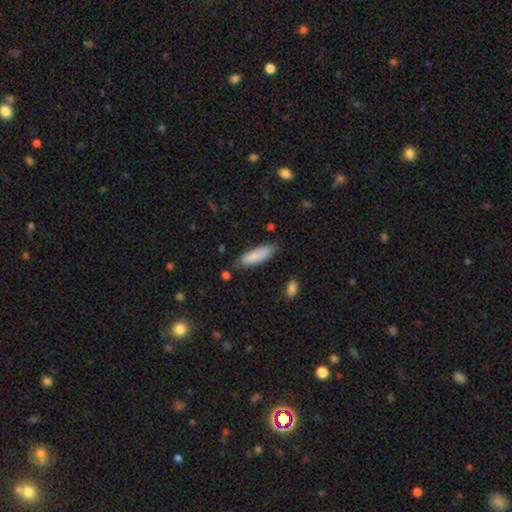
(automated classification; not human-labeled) Smooth or featured?
  - smooth: 85% *
  - featured or disk: 10%
  - star or artifact: 6%
How rounded?
  - cigar-shaped: 54% *
  - in between: 44%
  - round: 1%
Merging?
  - none: 76% *
  - minor disturbance: 18%
  - major disturbance: 3%
  - merger: 3%